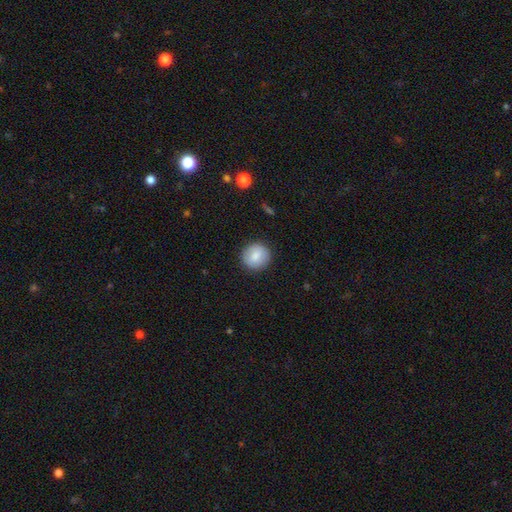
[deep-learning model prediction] This is clearly a smooth galaxy (82%). How rounded: clearly round (91%). Merging: clearly none (90%).